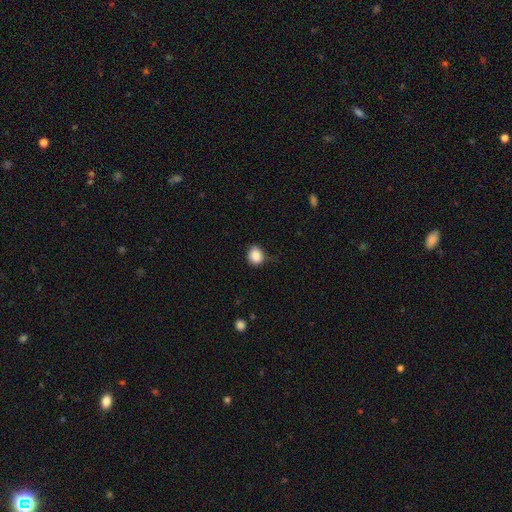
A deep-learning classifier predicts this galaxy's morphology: The model was most divided on "how rounded": round: 68%, in between: 31%, cigar-shaped: 1%. More confident: smooth or featured — smooth (87%); merging — none (73%).